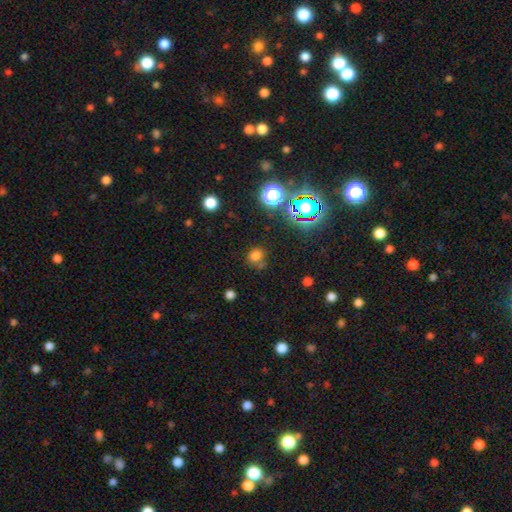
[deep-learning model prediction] Morphology: type=smooth (68%); roundness=round (81%); merging=none (66%).